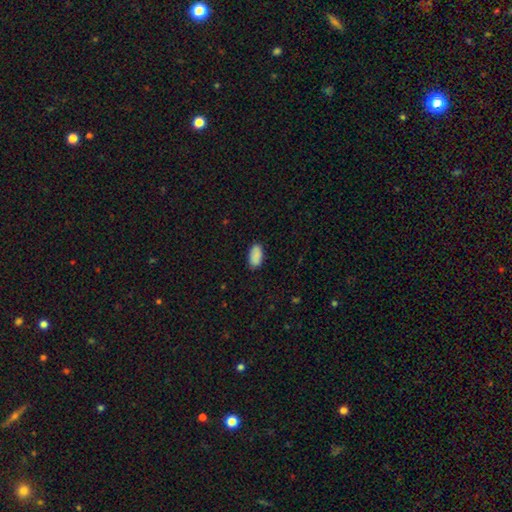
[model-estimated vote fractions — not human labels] Smooth or featured: smooth — 89% (star or artifact — 7%)
How rounded: in between — 95% (round — 3%)
Merging: none — 85% (minor disturbance — 11%)